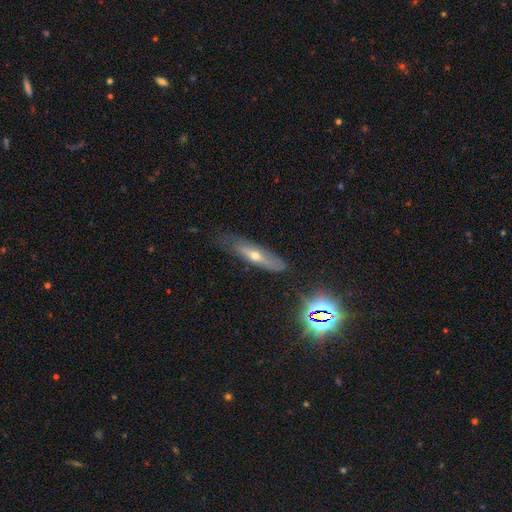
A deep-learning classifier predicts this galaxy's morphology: Smooth or featured? Predicted: featured or disk (p=0.51). Edge-on disk? Predicted: yes (p=0.64). Merging? Predicted: none (p=0.70).